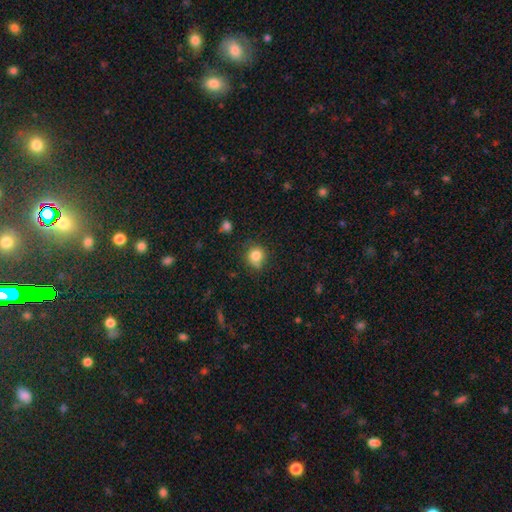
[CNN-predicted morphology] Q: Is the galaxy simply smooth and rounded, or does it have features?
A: smooth — 83%.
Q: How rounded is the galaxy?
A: round — 83%.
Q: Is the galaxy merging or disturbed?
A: none — 66%.